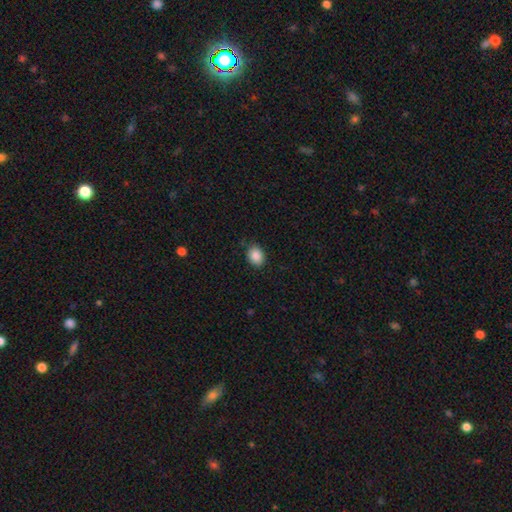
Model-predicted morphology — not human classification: smooth_or_featured: smooth (p=0.88) [alt: star or artifact p=0.08]
how_rounded: in between (p=0.54) [alt: round p=0.45]
merging: none (p=0.84) [alt: minor disturbance p=0.12]